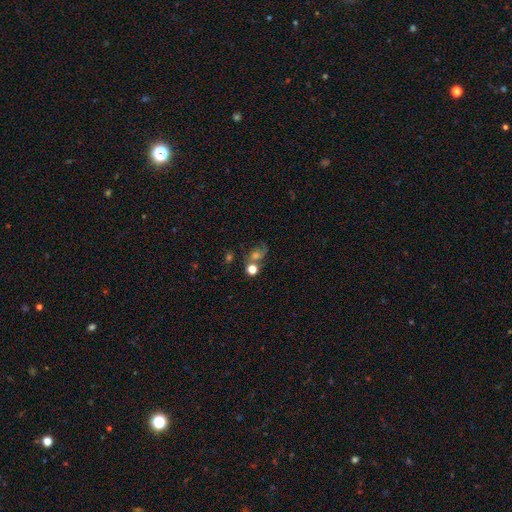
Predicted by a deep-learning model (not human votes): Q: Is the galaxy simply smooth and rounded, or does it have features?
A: smooth — 36%, tied with featured or disk.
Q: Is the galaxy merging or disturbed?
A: none — 49%.